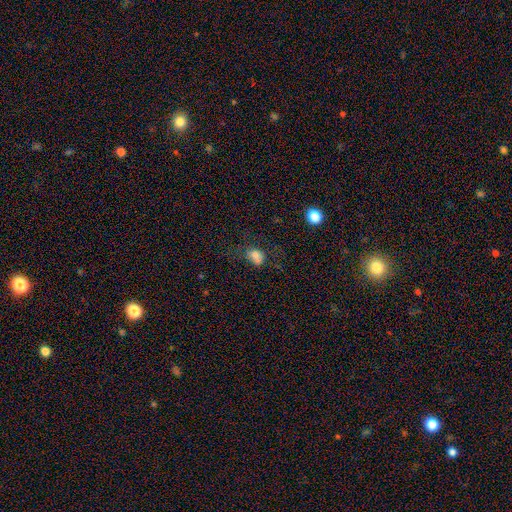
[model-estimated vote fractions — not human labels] Smooth or featured: smooth — 72% (star or artifact — 15%)
How rounded: in between — 54% (round — 44%)
Merging: none — 43% (minor disturbance — 24%)